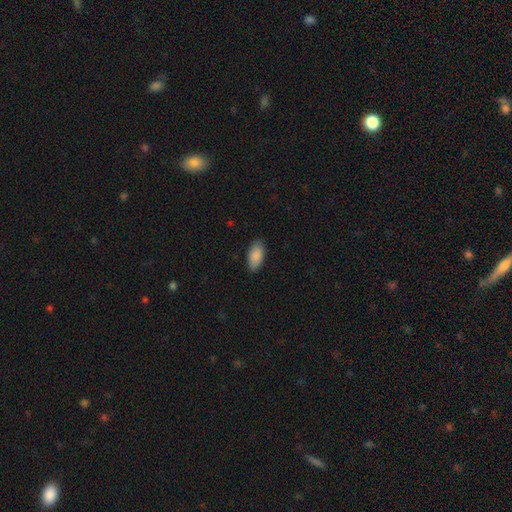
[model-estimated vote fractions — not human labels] Overall: smooth (89%). How rounded: in between (92%). Merging: none (85%).